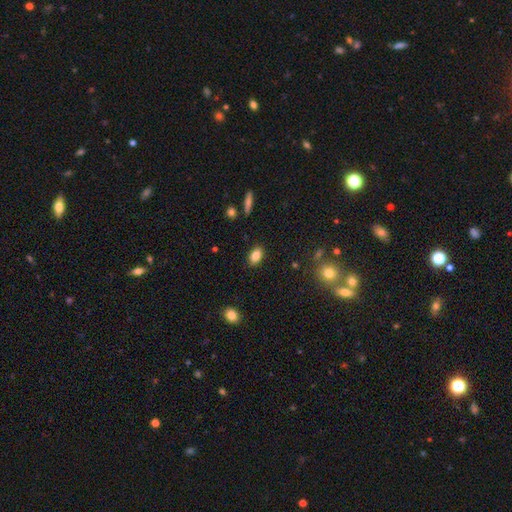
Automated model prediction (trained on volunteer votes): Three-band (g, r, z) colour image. It shows a smooth galaxy with no disk features (84%) that is in between round and cigar-shaped (87%). Merging: none (87%).